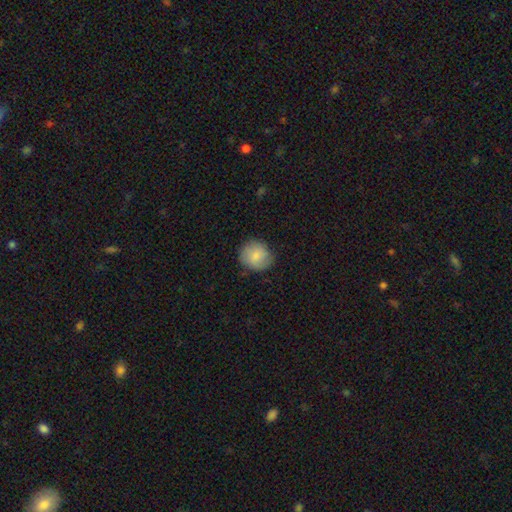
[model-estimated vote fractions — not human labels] Smooth or featured? Predicted: smooth (p=0.81). How rounded? Predicted: round (p=0.85). Merging? Predicted: none (p=0.80).